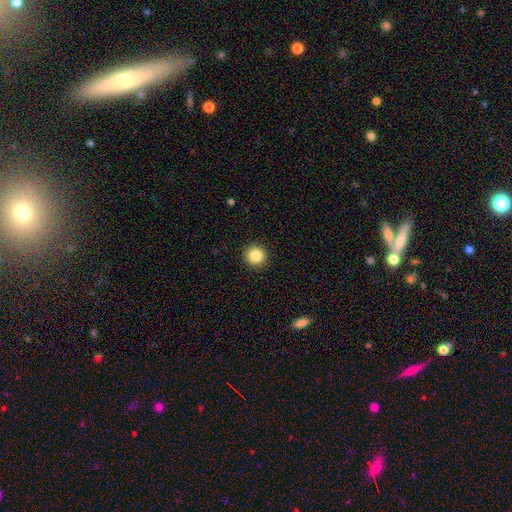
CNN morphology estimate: This is clearly a smooth galaxy (87%). How rounded: clearly round (95%). Merging: clearly none (92%).